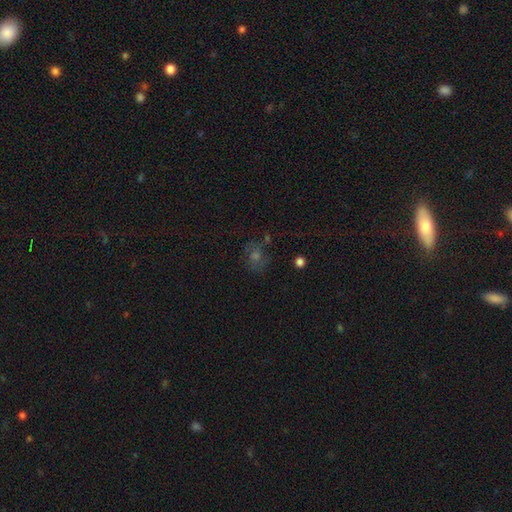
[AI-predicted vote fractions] This appears to be a smooth galaxy with no disk features (39%). Merging: none (68%).